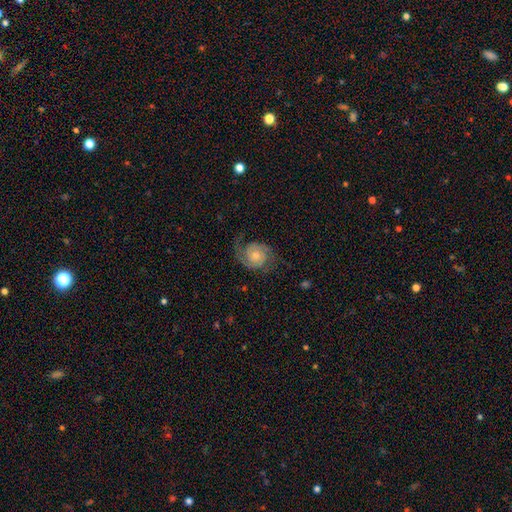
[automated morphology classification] A featured or disk galaxy (86%) with no bar (74%), 2 (91%) medium (44%) spiral arms (98%) and a moderate central bulge (52%). Merging: none (76%).